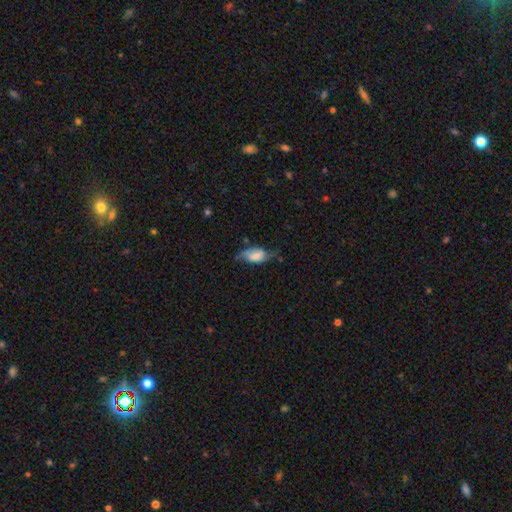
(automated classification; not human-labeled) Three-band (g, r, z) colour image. It shows a featured or disk galaxy (51%). Merging: none (49%).